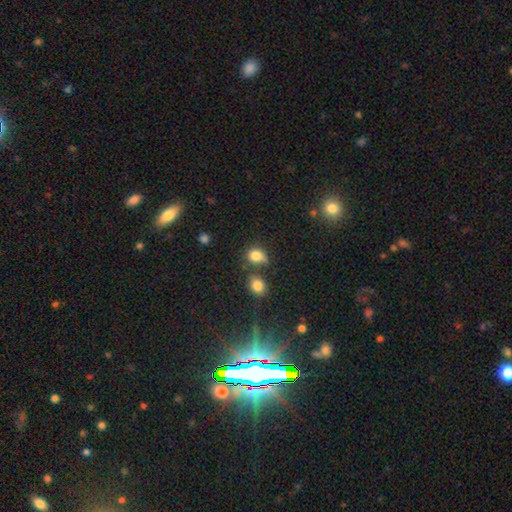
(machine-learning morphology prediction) This appears to be a smooth galaxy with no disk features (81%) that is round (61%). Merging: none (54%).